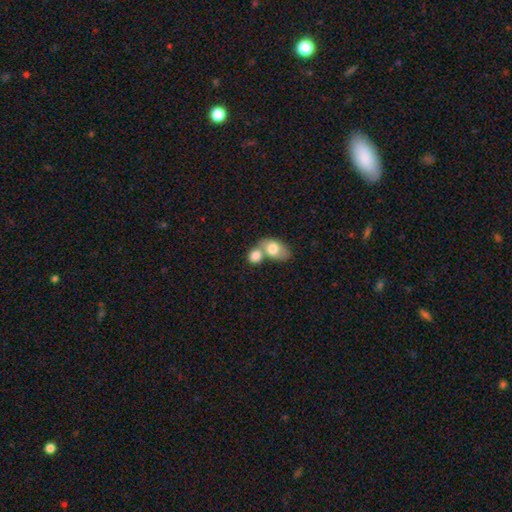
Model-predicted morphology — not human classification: A smooth galaxy with no disk features (79%) that is in between round and cigar-shaped (64%).

Vote fractions:
- Smooth or featured? smooth: 79% / featured or disk: 14% / star or artifact: 7%
- How rounded? in between: 64% / round: 35% / cigar-shaped: 2%
- Merging? merger: 64% / none: 25% / minor disturbance: 7% / major disturbance: 4%